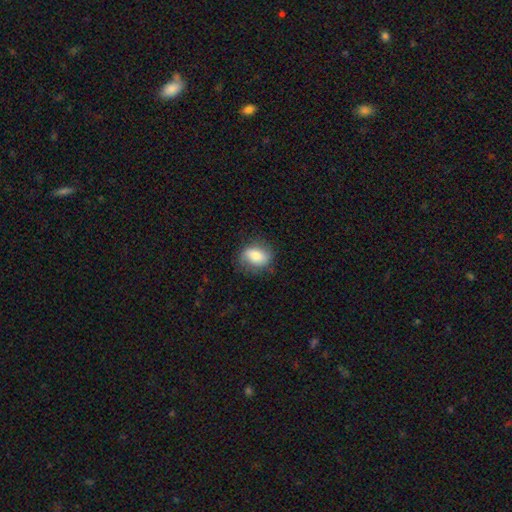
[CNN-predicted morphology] Smooth or featured? smooth (67%)
How rounded? in between (65%)
Merging? none (73%)